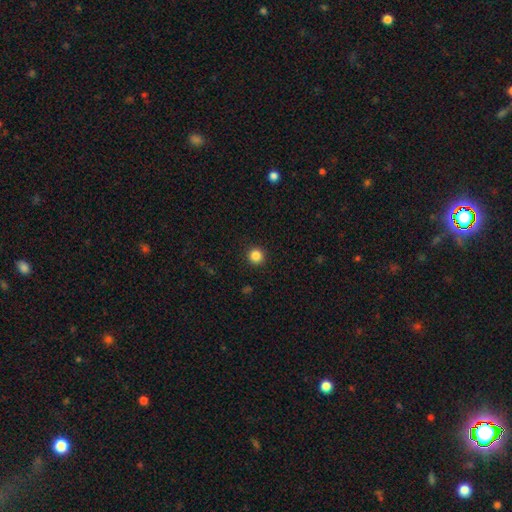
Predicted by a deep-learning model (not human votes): This appears to be a smooth galaxy with no disk features (86%) that is round (95%). Merging: none (93%).